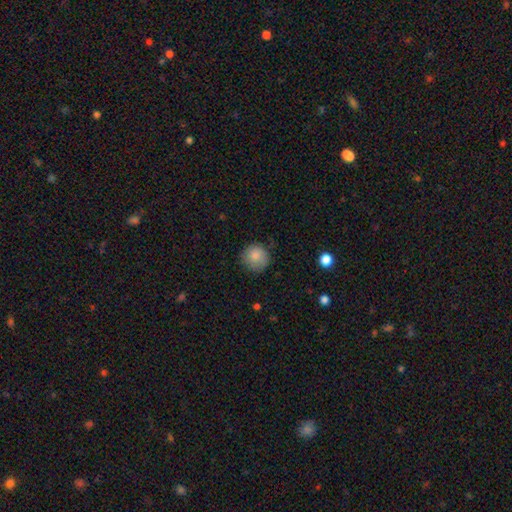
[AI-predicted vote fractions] Smooth or featured? Predicted: smooth (p=0.85). How rounded? Predicted: round (p=0.93). Merging? Predicted: none (p=0.79).